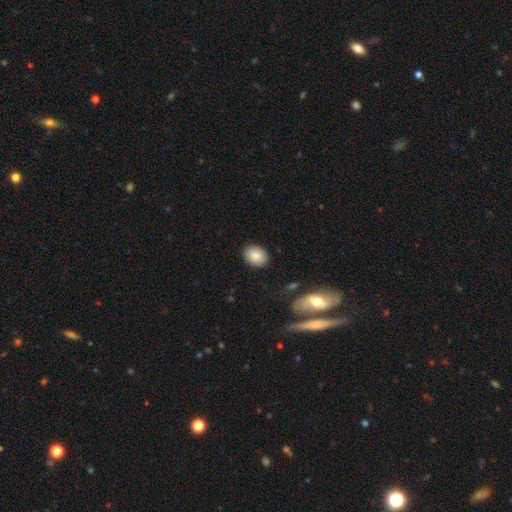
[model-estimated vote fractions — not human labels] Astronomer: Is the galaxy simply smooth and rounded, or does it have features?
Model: smooth — 86%.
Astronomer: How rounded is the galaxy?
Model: in between — 62% (runner-up: round, 37%).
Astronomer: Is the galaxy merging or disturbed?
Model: none — 88%.